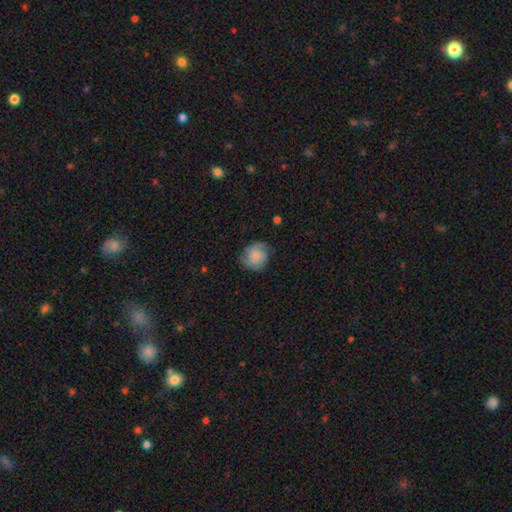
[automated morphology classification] The model was most divided on "smooth or featured": smooth: 53%, featured or disk: 39%, star or artifact: 8%. More confident: how rounded — round (78%); merging — none (68%).